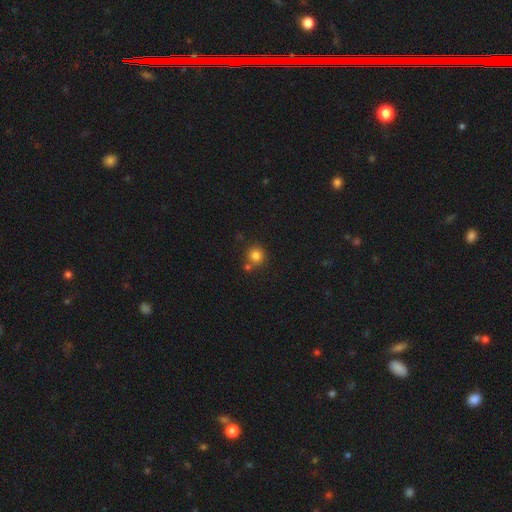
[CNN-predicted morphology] Smooth or featured? Predicted: smooth (p=0.82). How rounded? Predicted: round (p=0.92). Merging? Predicted: none (p=0.73).